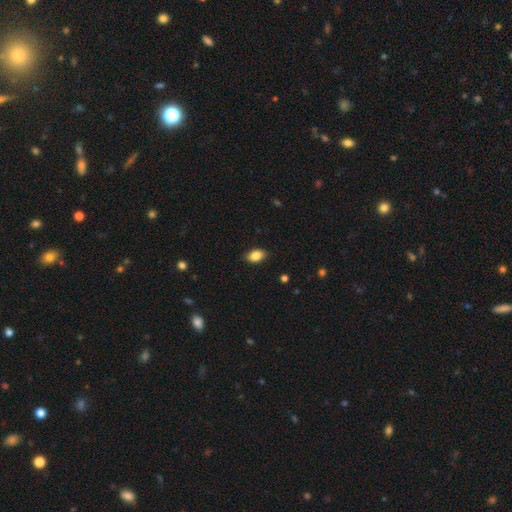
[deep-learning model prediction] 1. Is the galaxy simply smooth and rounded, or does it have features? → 86% smooth, 8% star or artifact, 6% featured or disk.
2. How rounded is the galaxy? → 88% in between, 11% round, 2% cigar-shaped.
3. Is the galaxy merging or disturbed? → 86% none, 10% minor disturbance, 2% major disturbance, 1% merger.